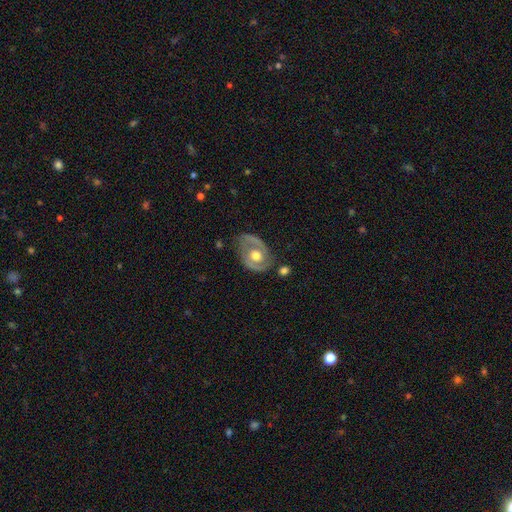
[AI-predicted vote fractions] This appears to be a featured or disk galaxy (77%) with no bar (72%), 2 (79%) medium (45%) spiral arms (79%) and a moderate central bulge (71%). Merging: none (66%).